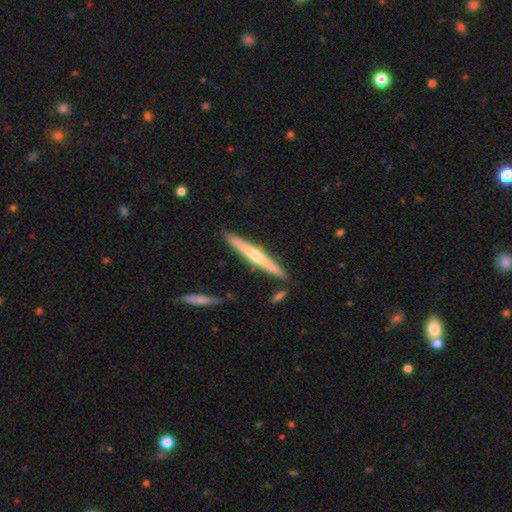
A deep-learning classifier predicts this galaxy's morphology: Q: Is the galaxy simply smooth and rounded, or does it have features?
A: featured or disk — 59%.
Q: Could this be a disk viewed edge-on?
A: yes — 97%.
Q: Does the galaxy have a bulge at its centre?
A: rounded — 76%.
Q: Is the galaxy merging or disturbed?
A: none — 88%.